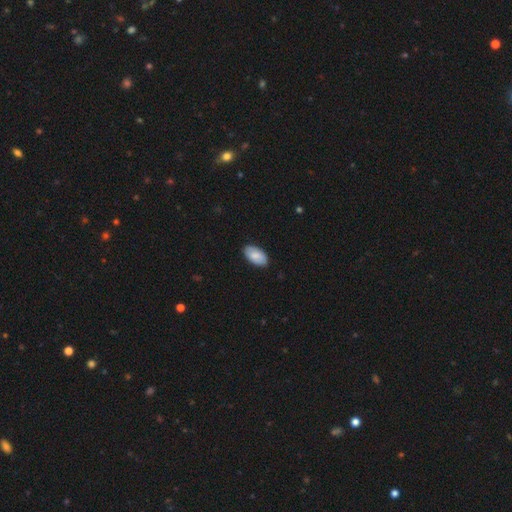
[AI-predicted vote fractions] Morphology: type=smooth (82%); roundness=in between (95%); merging=none (87%).